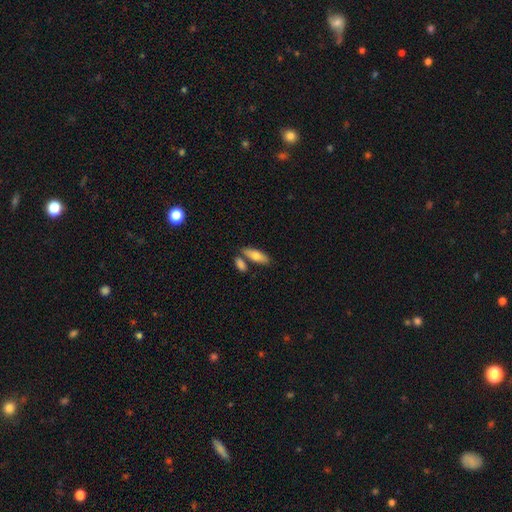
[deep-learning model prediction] smooth 78%, featured or disk 16%, star or artifact 6%. Down the decision tree: how rounded — in between (68%); merging — none (64%).